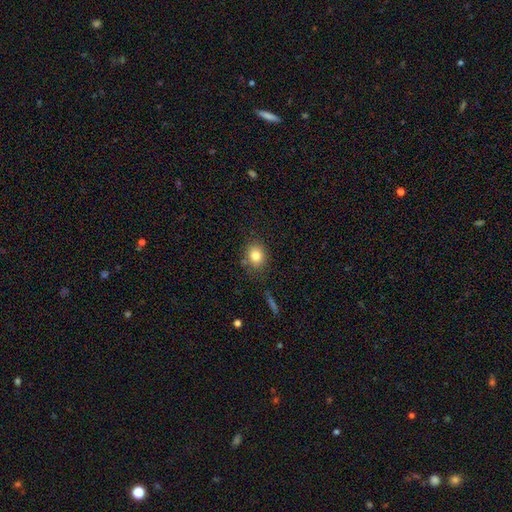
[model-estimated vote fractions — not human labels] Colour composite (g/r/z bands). It shows a smooth galaxy with no disk features (82%) that is round (60%). Merging: none (80%).